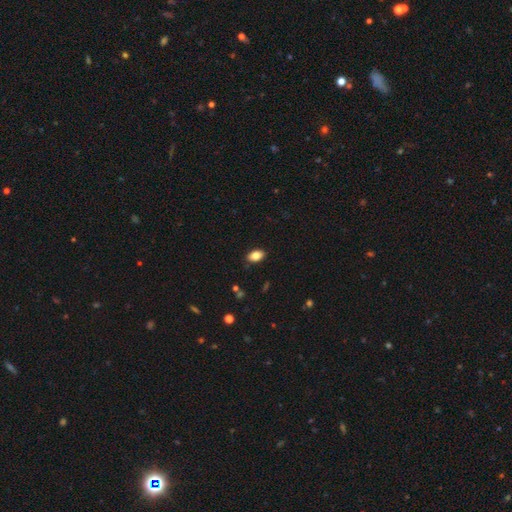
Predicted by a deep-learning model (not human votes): Smooth or featured?
  - smooth: 83% *
  - featured or disk: 9%
  - star or artifact: 8%
How rounded?
  - in between: 89% *
  - round: 9%
  - cigar-shaped: 2%
Merging?
  - none: 87% *
  - minor disturbance: 10%
  - major disturbance: 2%
  - merger: 1%